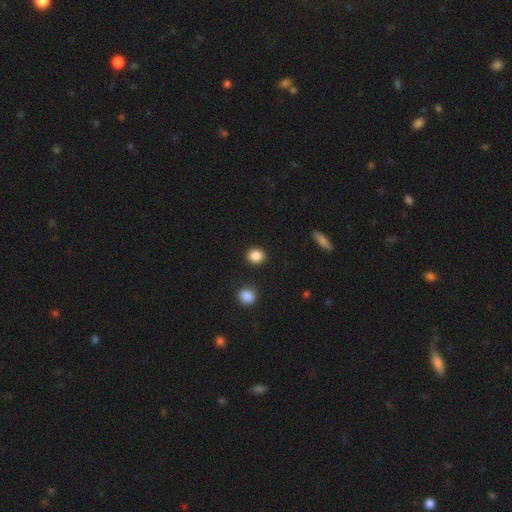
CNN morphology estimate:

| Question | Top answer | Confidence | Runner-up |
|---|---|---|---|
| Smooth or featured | smooth | 87% | star or artifact (10%) |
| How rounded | round | 77% | in between (22%) |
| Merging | none | 89% | minor disturbance (7%) |